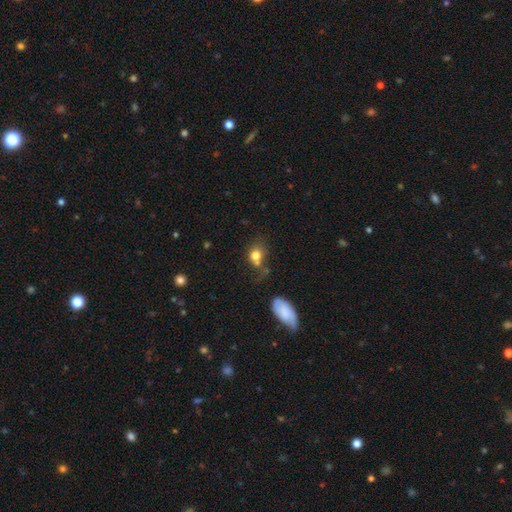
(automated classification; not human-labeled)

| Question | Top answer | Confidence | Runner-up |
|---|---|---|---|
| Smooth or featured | smooth | 77% | featured or disk (12%) |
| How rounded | round | 61% | in between (38%) |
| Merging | none | 44% | merger (26%) |